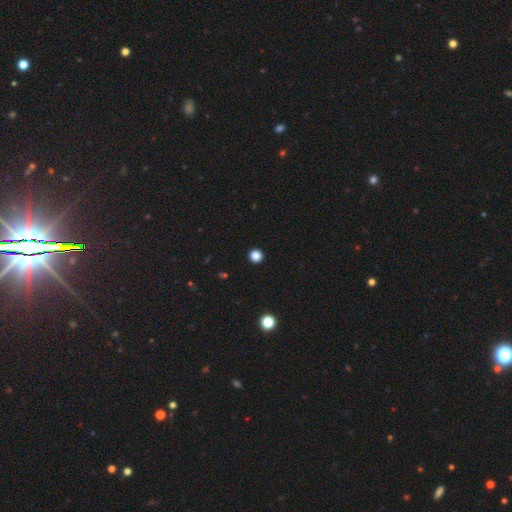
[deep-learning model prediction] Morphology: type=smooth (85%); roundness=round (95%); merging=none (94%).